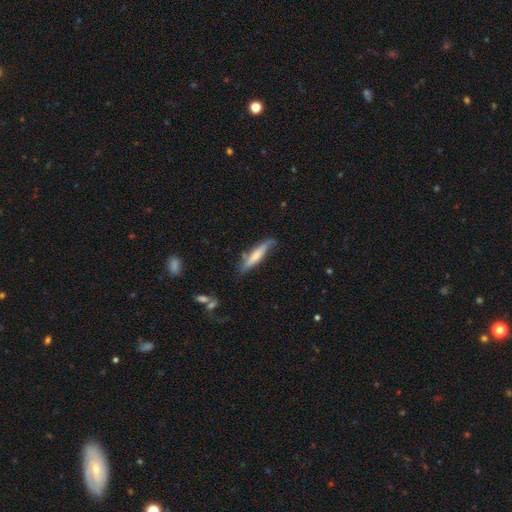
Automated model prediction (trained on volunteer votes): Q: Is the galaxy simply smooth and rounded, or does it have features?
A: smooth — 63%.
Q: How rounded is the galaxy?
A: cigar-shaped — 83%.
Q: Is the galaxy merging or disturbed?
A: none — 63%.